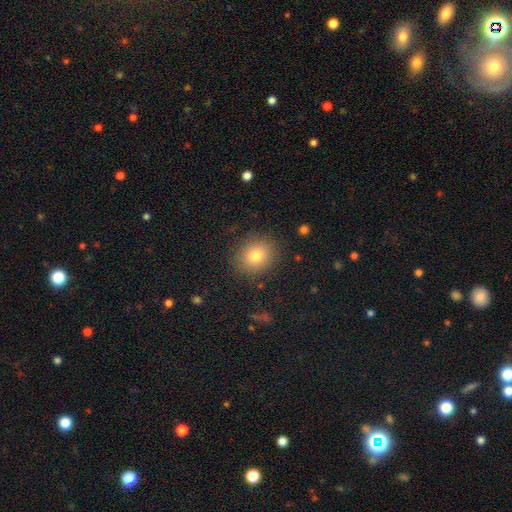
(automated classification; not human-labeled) smooth 79%, star or artifact 11%, featured or disk 10%. Down the decision tree: how rounded — round (73%); merging — none (86%).